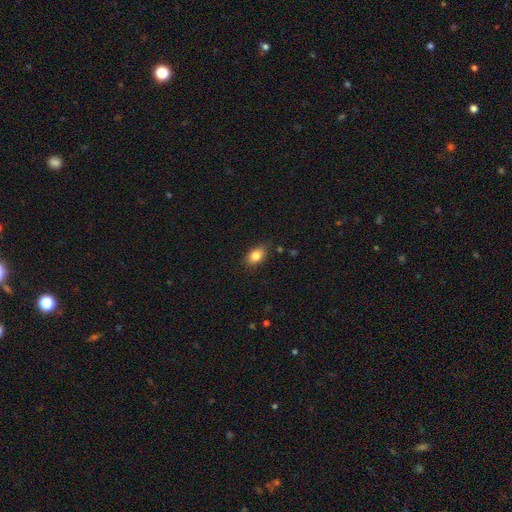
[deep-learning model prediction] Morphology: type=smooth (82%); roundness=in between (82%); merging=none (81%).